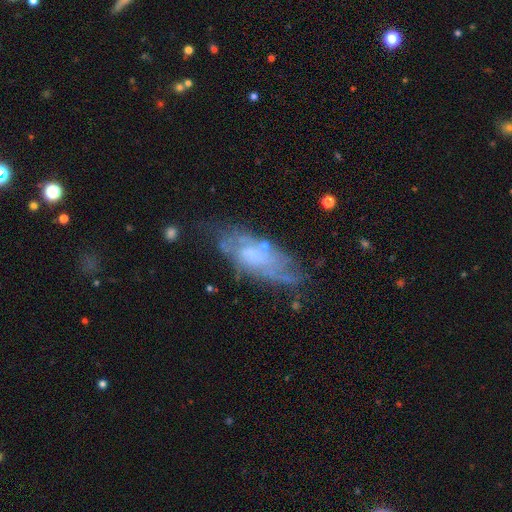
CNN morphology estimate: Smooth or featured? featured or disk (71%)
Edge-on disk? no (88%)
Bar? no (66%)
Spiral arms? yes (77%)
Bulge size? small (64%)
Merging? none (61%)